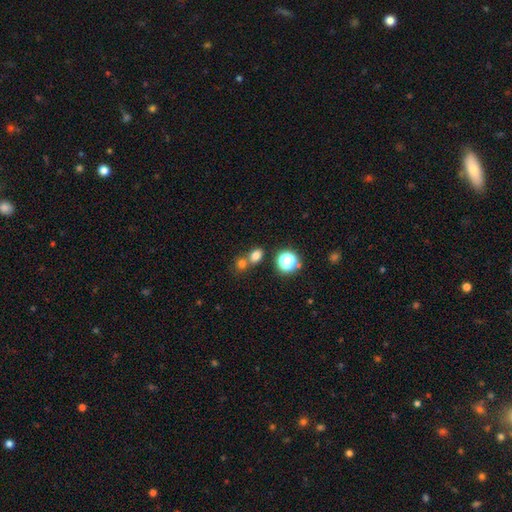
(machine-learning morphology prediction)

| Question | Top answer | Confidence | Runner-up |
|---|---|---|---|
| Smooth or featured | smooth | 74% | star or artifact (18%) |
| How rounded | in between | 51% | round (47%) |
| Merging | none | 52% | merger (36%) |